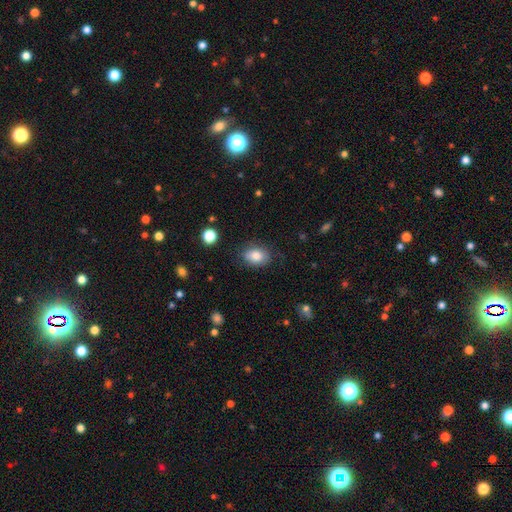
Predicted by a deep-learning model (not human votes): This is clearly a smooth galaxy (82%). How rounded: likely in between (74%). Merging: likely none (75%).